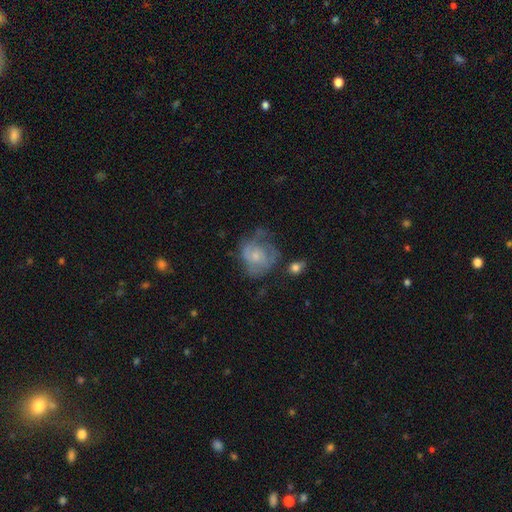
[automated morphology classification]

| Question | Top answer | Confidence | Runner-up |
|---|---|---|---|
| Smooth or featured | featured or disk | 61% | smooth (31%) |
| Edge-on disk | no | 98% | yes (2%) |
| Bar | no | 78% | weak (19%) |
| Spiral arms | yes | 69% | no (31%) |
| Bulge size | small | 59% | moderate (32%) |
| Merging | none | 41% | major disturbance (28%) |